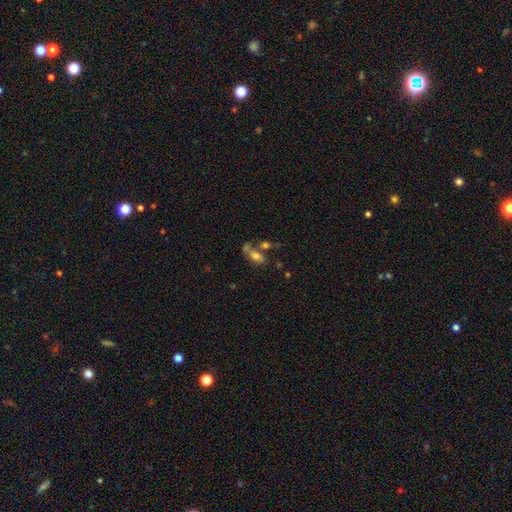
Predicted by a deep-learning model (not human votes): The model was most divided on "merging" (2-way tie): none: 37%, merger: 37%, minor disturbance: 15%, major disturbance: 11%. More confident: how rounded — in between (84%); smooth or featured — smooth (67%).